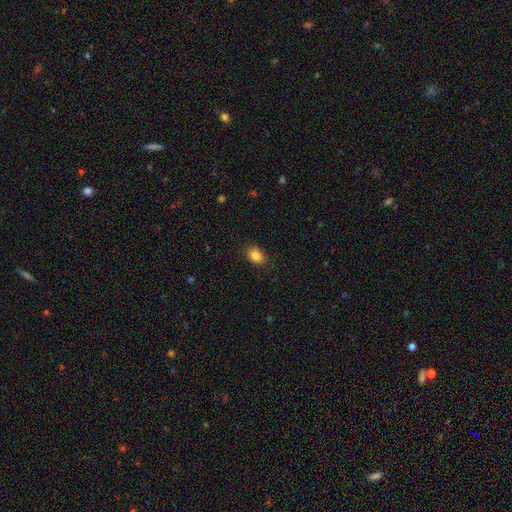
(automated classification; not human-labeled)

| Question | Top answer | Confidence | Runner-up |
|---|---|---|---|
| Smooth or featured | smooth | 85% | star or artifact (10%) |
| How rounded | in between | 66% | round (33%) |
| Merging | none | 87% | minor disturbance (10%) |